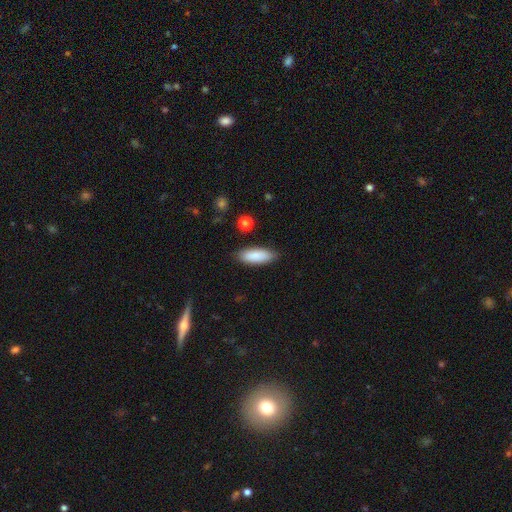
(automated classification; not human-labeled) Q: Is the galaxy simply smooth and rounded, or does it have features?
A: smooth — 87%.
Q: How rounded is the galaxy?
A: in between — 68%.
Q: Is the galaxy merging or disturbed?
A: none — 85%.